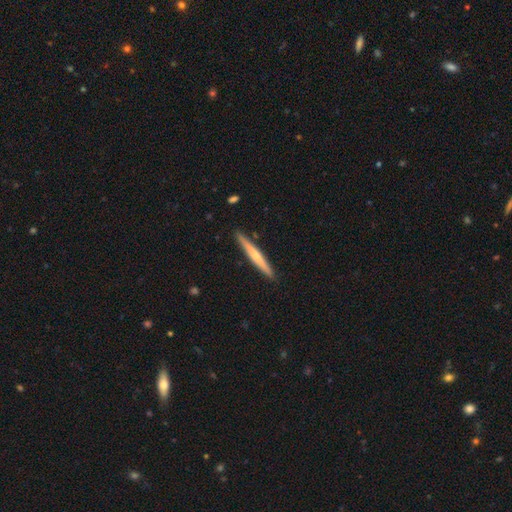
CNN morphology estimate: Smooth or featured? Predicted: featured or disk (p=0.51). Edge-on disk? Predicted: yes (p=0.97). Merging? Predicted: none (p=0.91).